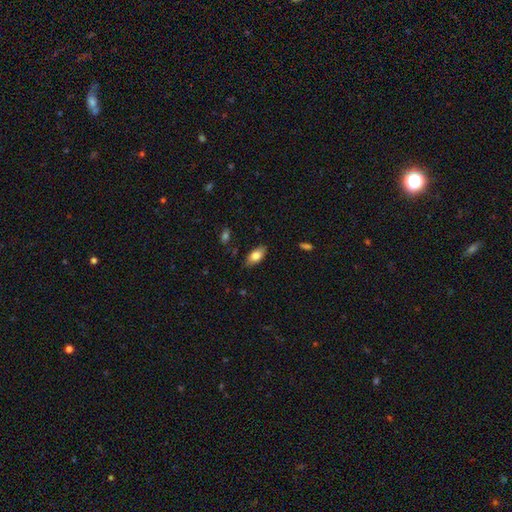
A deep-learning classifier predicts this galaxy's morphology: This is likely a smooth galaxy (80%). How rounded: clearly in between (89%). Merging: clearly none (83%).